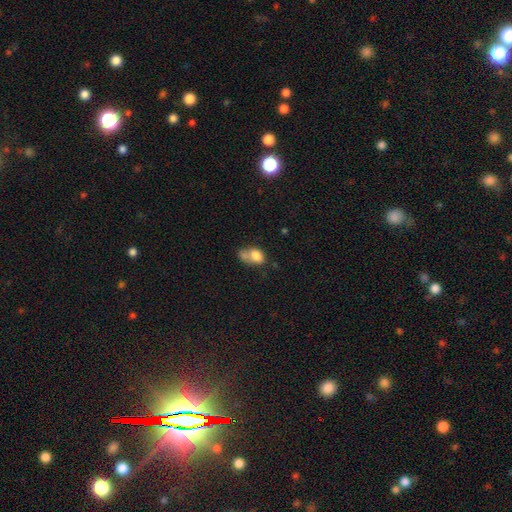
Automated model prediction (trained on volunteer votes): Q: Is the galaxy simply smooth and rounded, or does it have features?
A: smooth — 75%.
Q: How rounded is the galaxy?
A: in between — 77%.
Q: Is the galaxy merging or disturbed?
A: merger — 44%.